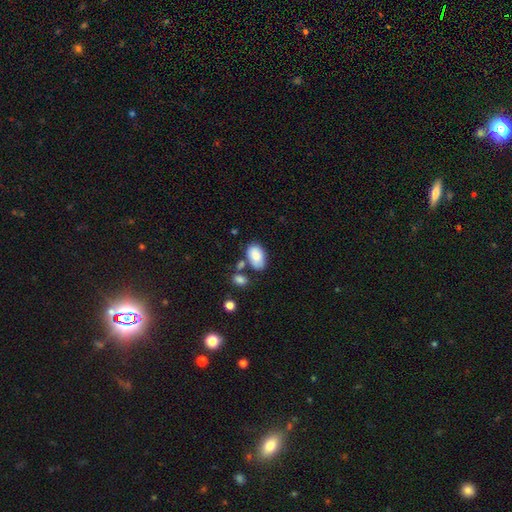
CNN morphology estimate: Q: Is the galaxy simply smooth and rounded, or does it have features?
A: smooth — 84%.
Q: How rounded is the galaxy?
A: in between — 93%.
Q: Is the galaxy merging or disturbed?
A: none — 57%.